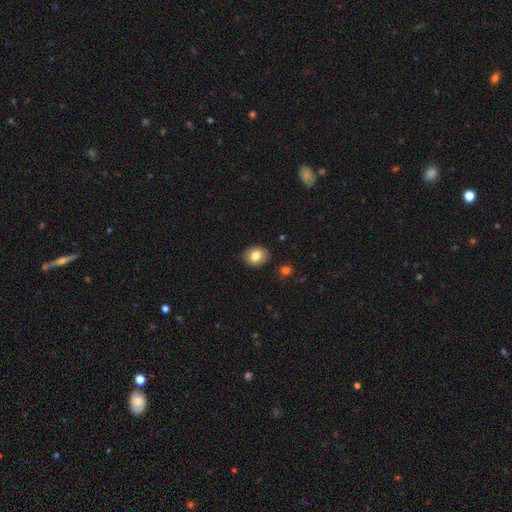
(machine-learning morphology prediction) smooth-or-featured: smooth: 81% | featured or disk: 11% | star or artifact: 8%
  how-rounded: round: 54% | in between: 45% | cigar-shaped: 1%
  merging: none: 89% | minor disturbance: 8% | major disturbance: 2% | merger: 1%